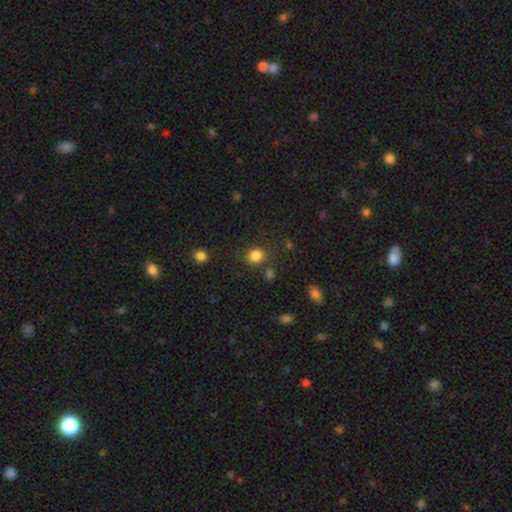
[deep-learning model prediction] A smooth galaxy with no disk features (83%) that is round (72%).

Vote fractions:
- Smooth or featured? smooth: 83% / star or artifact: 13% / featured or disk: 5%
- How rounded? round: 72% / in between: 27% / cigar-shaped: 1%
- Merging? none: 78% / minor disturbance: 11% / merger: 6% / major disturbance: 4%